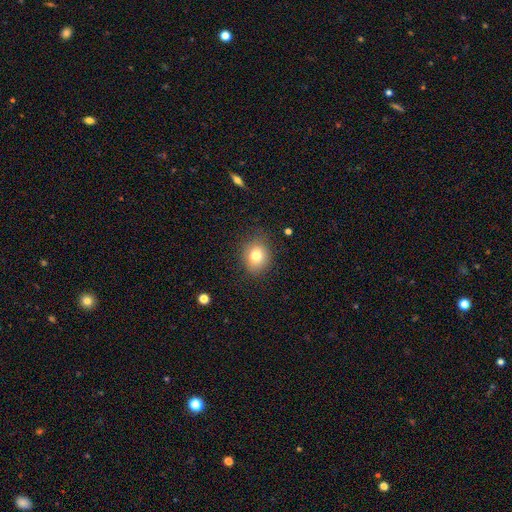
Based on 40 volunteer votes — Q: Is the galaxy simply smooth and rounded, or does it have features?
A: smooth — 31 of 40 (78%).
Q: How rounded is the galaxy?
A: round — 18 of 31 (58%).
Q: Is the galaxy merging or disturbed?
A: none — 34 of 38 (89%).